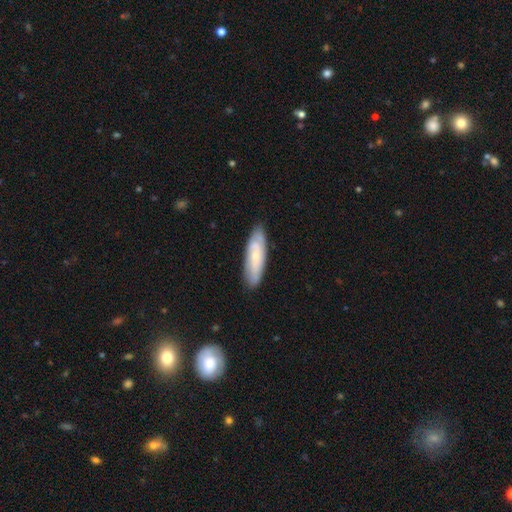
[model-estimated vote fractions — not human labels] Morphology: type=smooth (48%); merging=none (83%).